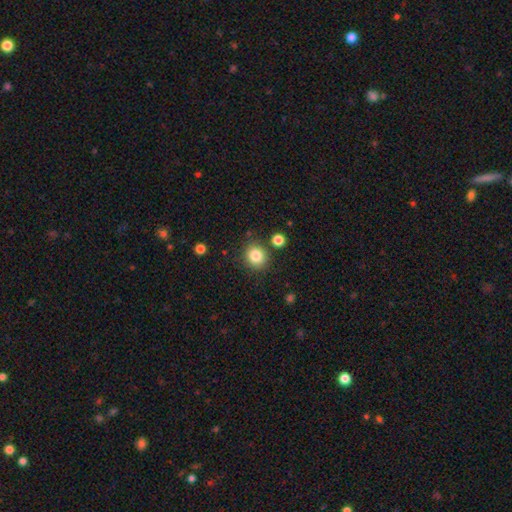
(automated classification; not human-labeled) smooth 83%, star or artifact 11%, featured or disk 6%. Down the decision tree: how rounded — round (85%); merging — none (83%).